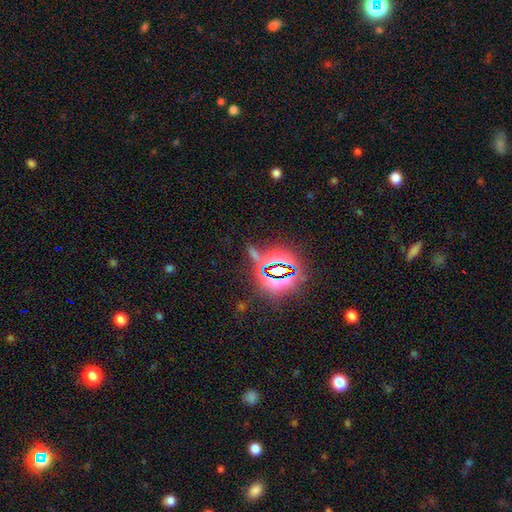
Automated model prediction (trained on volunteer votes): star or artifact 75%, smooth 16%, featured or disk 9%.